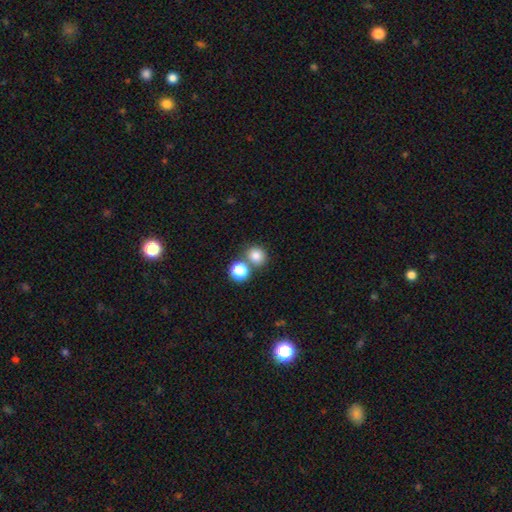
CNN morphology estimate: type=smooth (81%); roundness=round (84%); merging=none (63%).